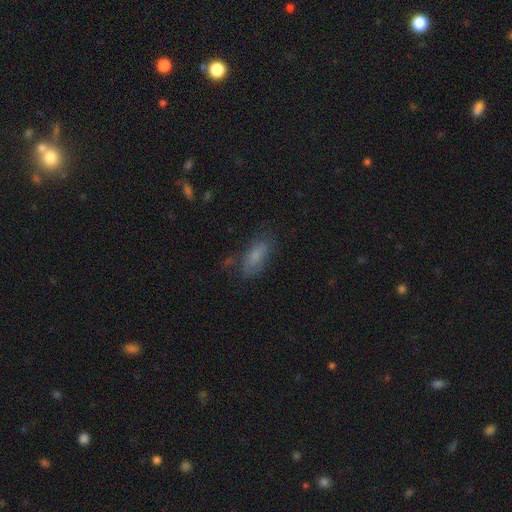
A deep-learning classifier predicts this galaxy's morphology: This is likely a smooth galaxy (75%). How rounded: likely in between (73%). Merging: likely none (66%).